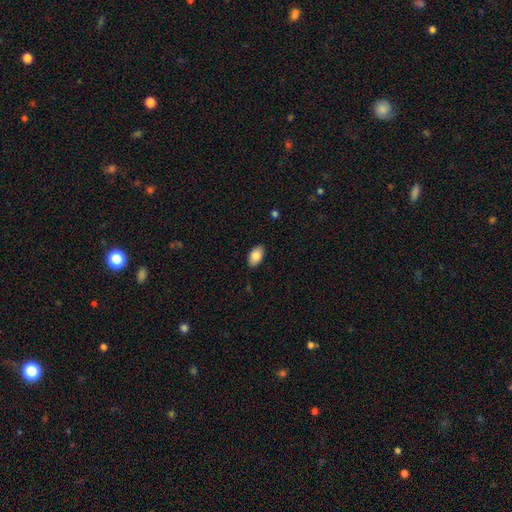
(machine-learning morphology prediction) smooth 85%, featured or disk 8%, star or artifact 7%. Down the decision tree: how rounded — in between (93%); merging — none (87%).